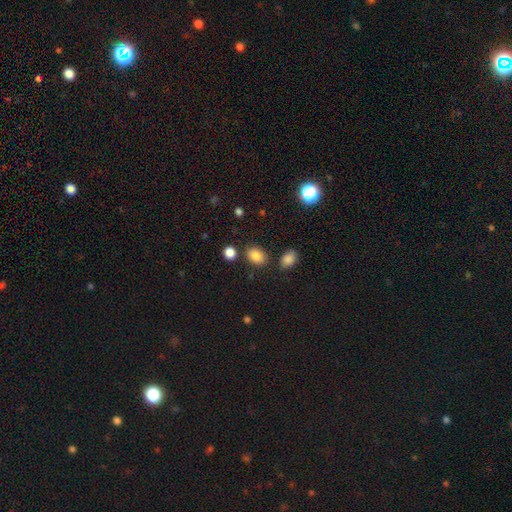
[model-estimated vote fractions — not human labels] Smooth or featured?
  - smooth: 85% *
  - star or artifact: 10%
  - featured or disk: 4%
How rounded?
  - in between: 77% *
  - round: 22%
  - cigar-shaped: 1%
Merging?
  - none: 79% *
  - minor disturbance: 11%
  - merger: 6%
  - major disturbance: 4%